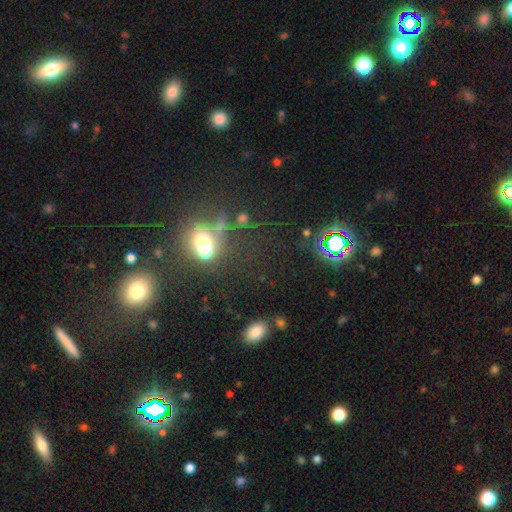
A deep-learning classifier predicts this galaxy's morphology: Q: Smooth or featured?
A: star or artifact (51%); runner-up: smooth (35%)